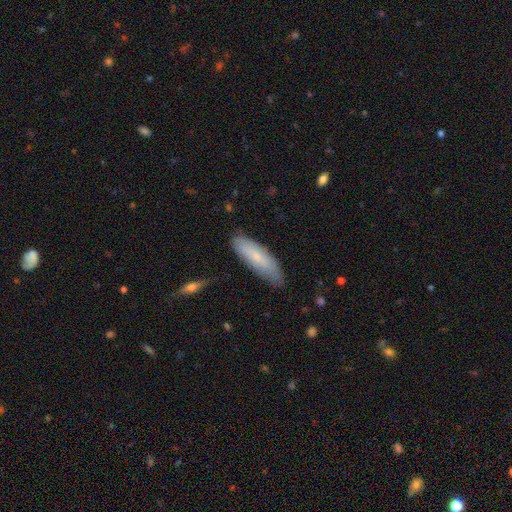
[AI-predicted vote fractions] The model was most divided on "how rounded": cigar-shaped: 55%, in between: 43%, round: 2%. More confident: merging — none (80%); smooth or featured — smooth (68%).